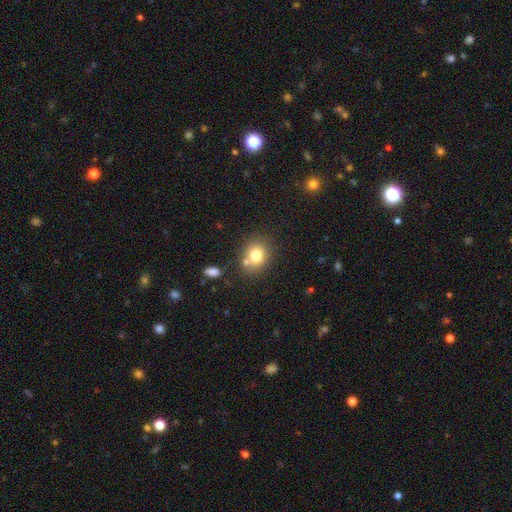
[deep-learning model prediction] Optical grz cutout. It shows a smooth galaxy with no disk features (76%) that is round (66%). Merging: none (65%).